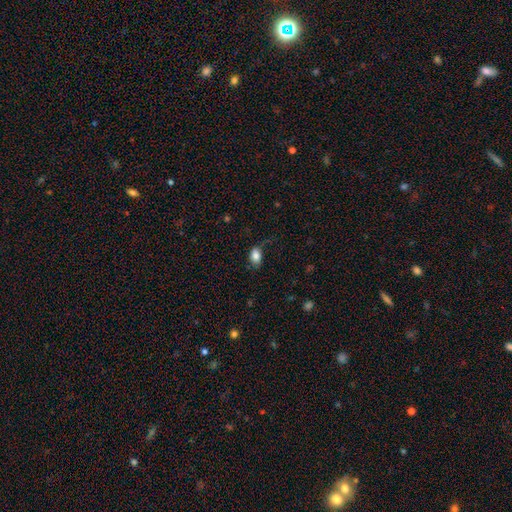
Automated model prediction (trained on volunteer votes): Q: Smooth or featured?
A: smooth (83%); runner-up: star or artifact (9%)
Q: How rounded?
A: in between (86%); runner-up: round (13%)
Q: Merging?
A: none (66%); runner-up: minor disturbance (24%)